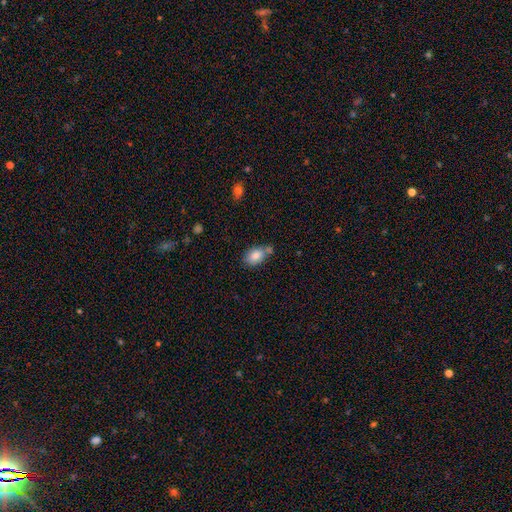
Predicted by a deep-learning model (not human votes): This is clearly a smooth galaxy (83%). How rounded: clearly in between (82%). Merging: possibly none (53%).